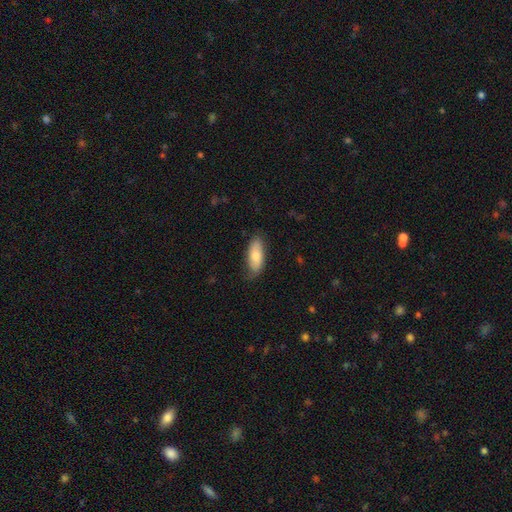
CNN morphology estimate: Q: Smooth or featured?
A: smooth (73%); runner-up: featured or disk (21%)
Q: How rounded?
A: in between (81%); runner-up: cigar-shaped (17%)
Q: Merging?
A: none (73%); runner-up: minor disturbance (22%)